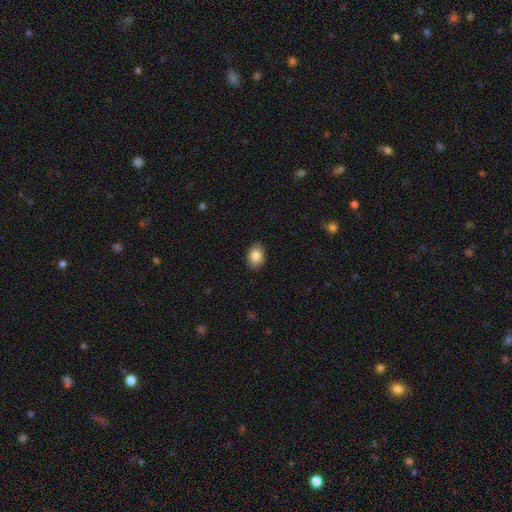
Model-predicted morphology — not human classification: A smooth galaxy with no disk features (84%) that is in between round and cigar-shaped (79%).

Vote fractions:
- Smooth or featured? smooth: 84% / featured or disk: 8% / star or artifact: 8%
- How rounded? in between: 79% / round: 20% / cigar-shaped: 1%
- Merging? none: 88% / minor disturbance: 9% / major disturbance: 2% / merger: 1%